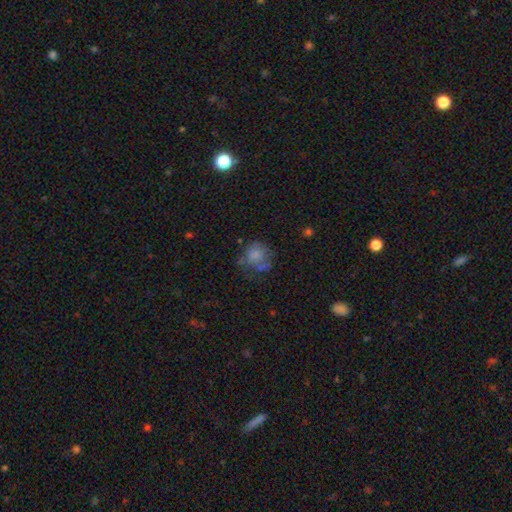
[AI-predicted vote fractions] Smooth or featured? Predicted: smooth (p=0.66). How rounded? Predicted: round (p=0.77). Merging? Predicted: none (p=0.44).